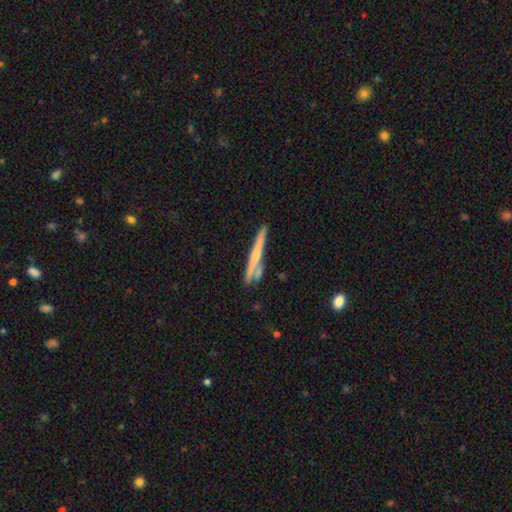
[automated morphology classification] A featured or disk galaxy (48%).

Vote fractions:
- Smooth or featured? featured or disk: 48% / smooth: 46% / star or artifact: 6%
- Merging? none: 73% / minor disturbance: 13% / merger: 10% / major disturbance: 3%